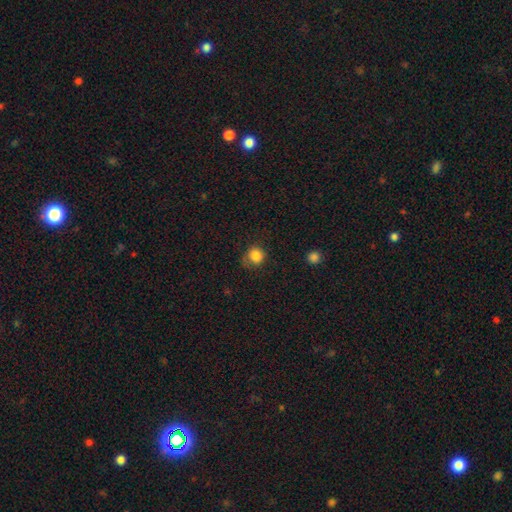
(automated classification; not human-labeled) Smooth or featured? smooth (85%)
How rounded? round (82%)
Merging? none (65%)